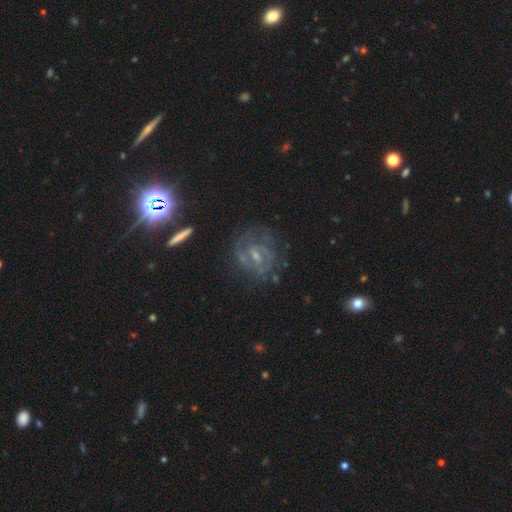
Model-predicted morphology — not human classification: This appears to be a featured or disk galaxy (79%) with a weak bar (50%), 2 (45%) tight (49%) spiral arms (87%) and a small central bulge (53%). Merging: none (69%).